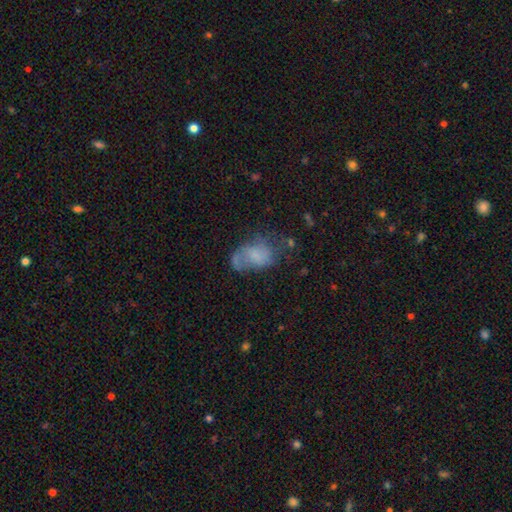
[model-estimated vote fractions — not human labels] Q: Smooth or featured?
A: smooth (58%); runner-up: featured or disk (32%)
Q: How rounded?
A: in between (86%); runner-up: round (13%)
Q: Merging?
A: none (32%); runner-up: major disturbance (30%)